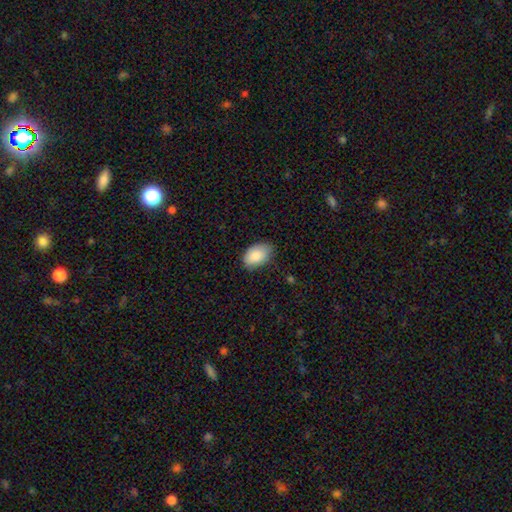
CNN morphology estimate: The model was most divided on "merging": none: 77%, minor disturbance: 19%, major disturbance: 3%, merger: 1%. More confident: how rounded — in between (91%); smooth or featured — smooth (87%).